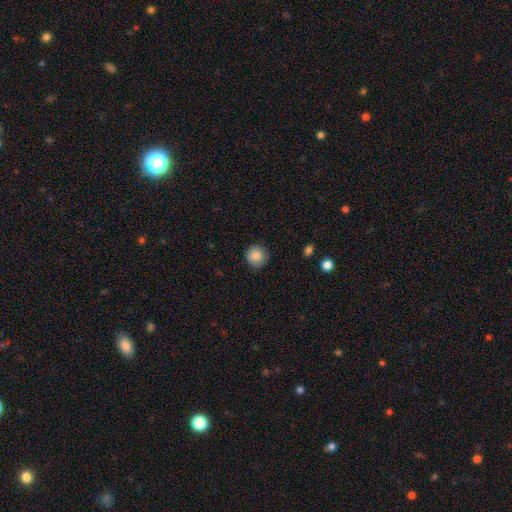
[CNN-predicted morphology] Smooth or featured? smooth (86%)
How rounded? round (95%)
Merging? none (90%)